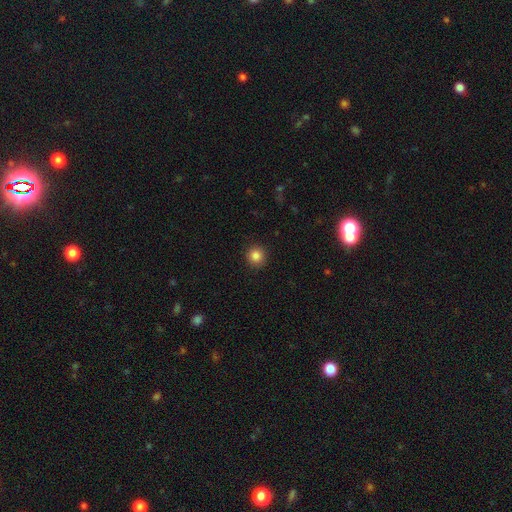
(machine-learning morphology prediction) smooth 85%, star or artifact 11%, featured or disk 4%. Down the decision tree: how rounded — round (94%); merging — none (92%).